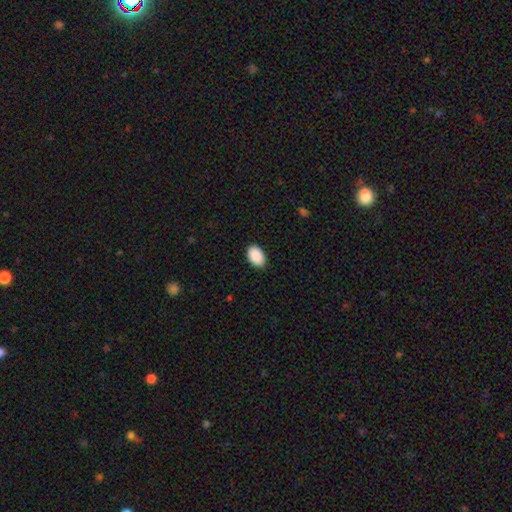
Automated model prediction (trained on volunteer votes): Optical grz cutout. It shows a smooth galaxy with no disk features (92%) that is in between round and cigar-shaped (91%). Merging: none (90%).